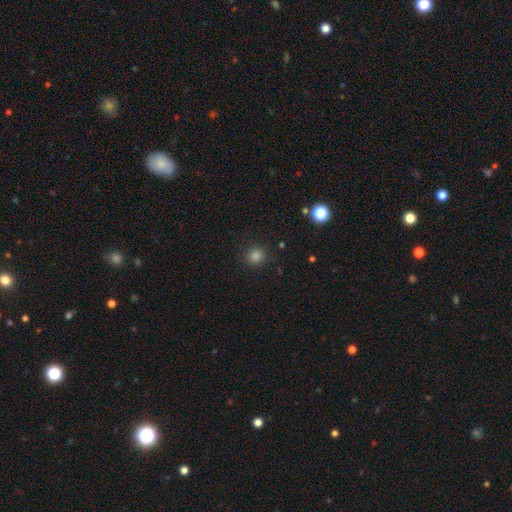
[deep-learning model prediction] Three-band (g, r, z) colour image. It shows a smooth galaxy with no disk features (82%) that is round (92%). Merging: none (89%).